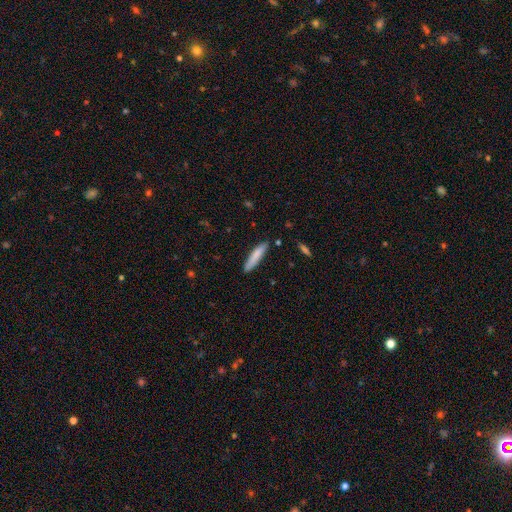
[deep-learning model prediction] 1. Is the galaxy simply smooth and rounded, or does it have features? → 81% smooth, 14% featured or disk, 6% star or artifact.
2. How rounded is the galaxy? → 88% cigar-shaped, 11% in between, 1% round.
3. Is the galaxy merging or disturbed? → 84% none, 12% minor disturbance, 2% major disturbance, 2% merger.